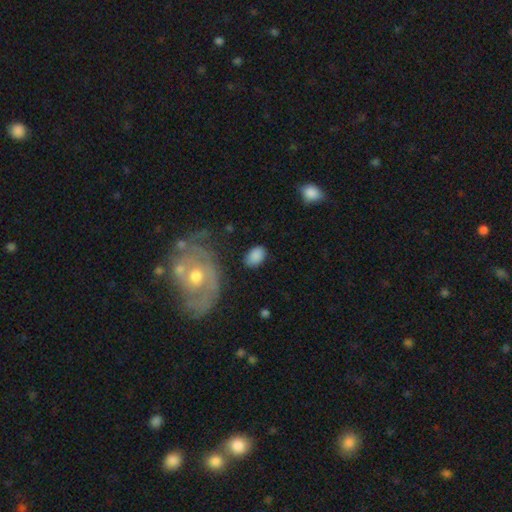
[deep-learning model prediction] A smooth galaxy with no disk features (83%) that is in between round and cigar-shaped (85%). Merging: none (78%).